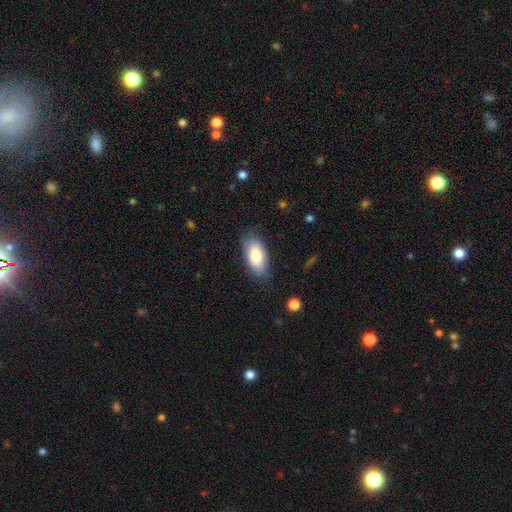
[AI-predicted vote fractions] smooth 79%, featured or disk 14%, star or artifact 6%. Down the decision tree: how rounded — in between (92%); merging — none (78%).